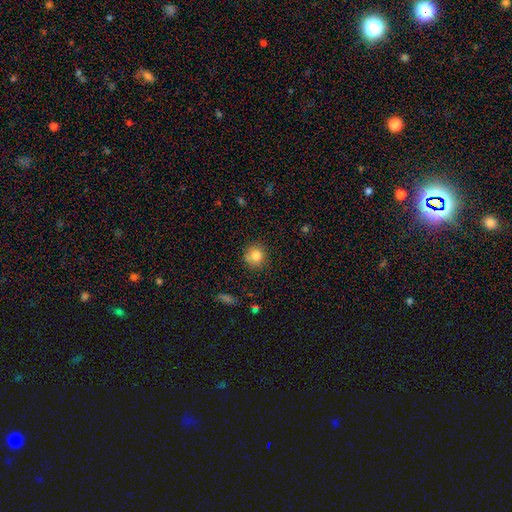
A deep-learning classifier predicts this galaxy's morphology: This is clearly a smooth galaxy (81%). How rounded: clearly round (90%). Merging: clearly none (82%).